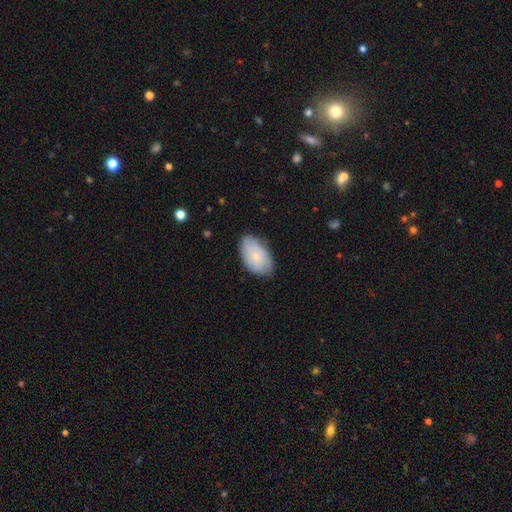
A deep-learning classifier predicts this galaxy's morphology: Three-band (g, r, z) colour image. It shows a smooth galaxy with no disk features (65%) that is in between round and cigar-shaped (93%). Merging: none (73%).